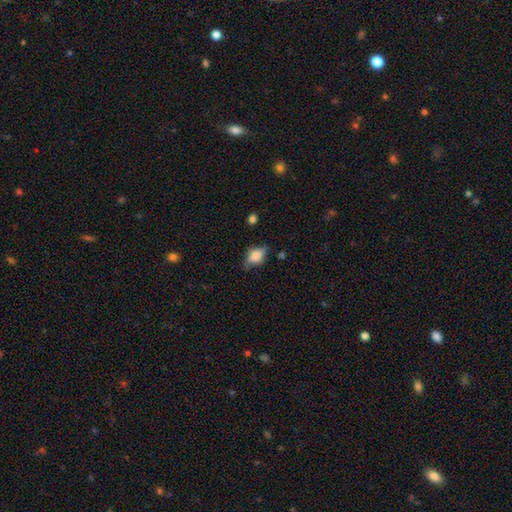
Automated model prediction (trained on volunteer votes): Smooth or featured: smooth — 57% (featured or disk — 33%)
How rounded: in between — 73% (round — 21%)
Merging: none — 60% (minor disturbance — 28%)